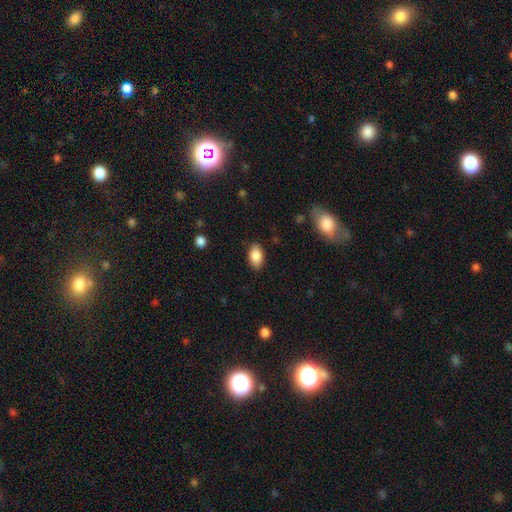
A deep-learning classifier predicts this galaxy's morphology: Smooth or featured: smooth — 86% (star or artifact — 7%)
How rounded: in between — 92% (round — 6%)
Merging: none — 85% (minor disturbance — 11%)